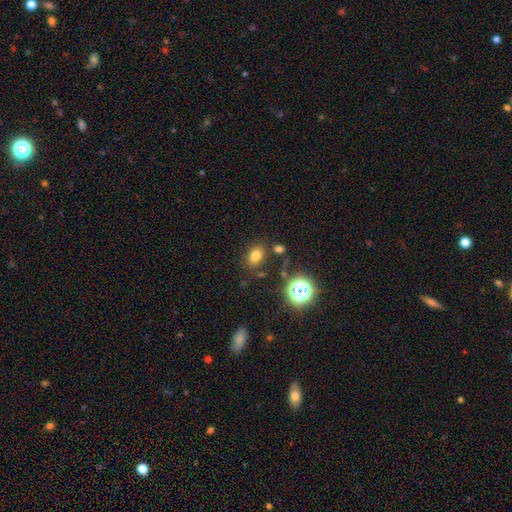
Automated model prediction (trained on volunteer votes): smooth 74%, star or artifact 18%, featured or disk 8%. Down the decision tree: how rounded — in between (72%); merging — none (78%).